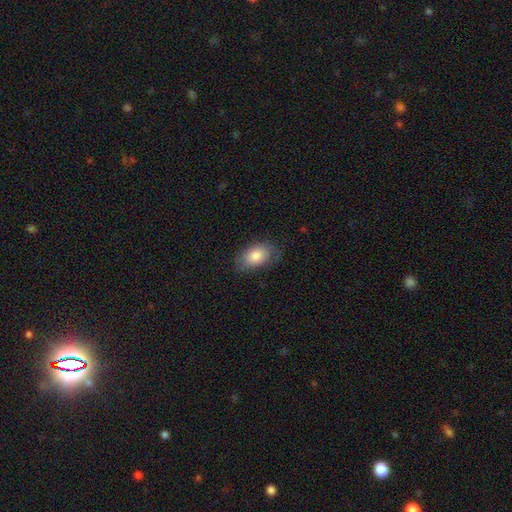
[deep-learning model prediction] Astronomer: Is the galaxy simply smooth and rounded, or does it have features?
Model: smooth — 82%.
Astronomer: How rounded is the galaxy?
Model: in between — 90%.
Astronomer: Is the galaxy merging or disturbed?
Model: none — 72%.